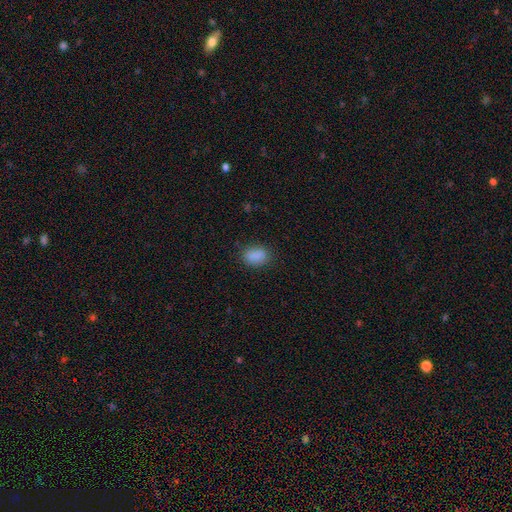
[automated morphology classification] Smooth or featured? smooth (87%)
How rounded? in between (79%)
Merging? none (83%)